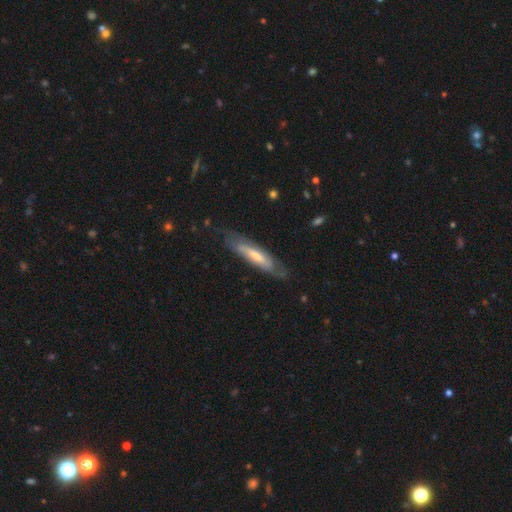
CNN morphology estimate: Smooth or featured? Predicted: featured or disk (p=0.55). Edge-on disk? Predicted: yes (p=0.57). Merging? Predicted: none (p=0.71).